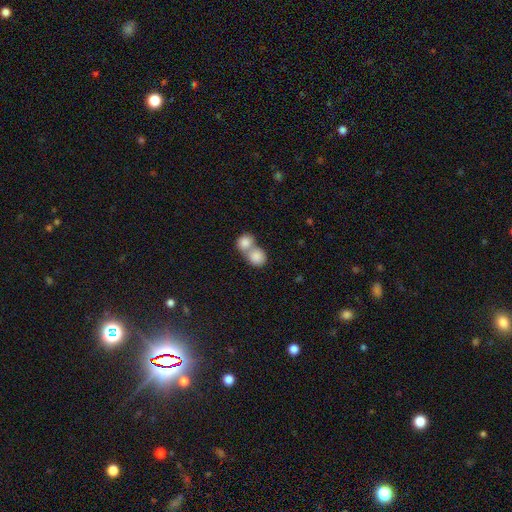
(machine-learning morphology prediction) Smooth or featured? smooth (85%)
How rounded? round (73%)
Merging? merger (69%)